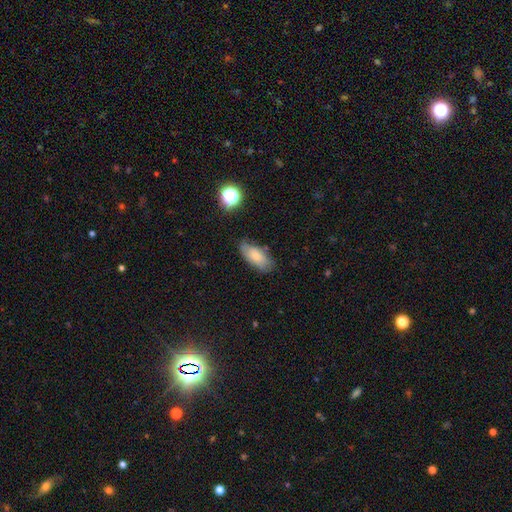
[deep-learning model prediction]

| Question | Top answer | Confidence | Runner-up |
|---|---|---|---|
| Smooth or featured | smooth | 69% | featured or disk (22%) |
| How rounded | in between | 88% | cigar-shaped (9%) |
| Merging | none | 72% | minor disturbance (21%) |